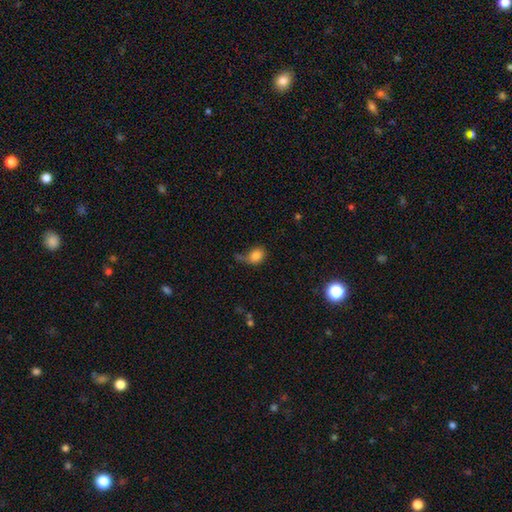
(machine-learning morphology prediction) Smooth or featured: smooth — 81% (star or artifact — 10%)
How rounded: in between — 59% (round — 39%)
Merging: none — 40% (minor disturbance — 25%)